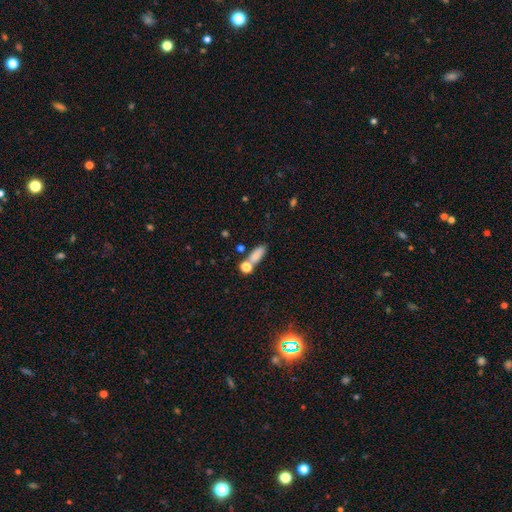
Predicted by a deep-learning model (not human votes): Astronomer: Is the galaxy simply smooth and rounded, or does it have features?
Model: smooth — 79%.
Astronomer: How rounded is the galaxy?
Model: in between — 66%.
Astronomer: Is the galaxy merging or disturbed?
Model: none — 55%.